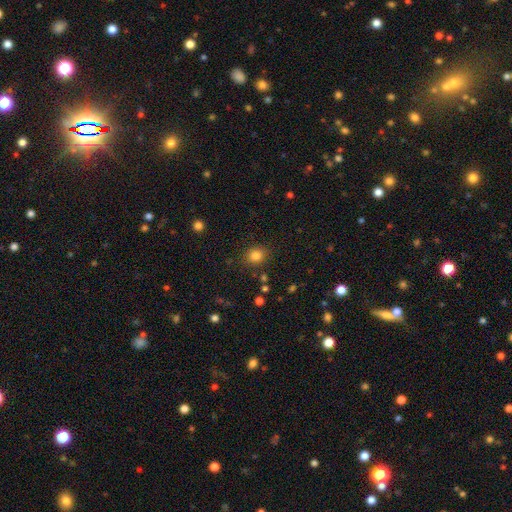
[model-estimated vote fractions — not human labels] Smooth or featured?
  - smooth: 82% *
  - star or artifact: 13%
  - featured or disk: 5%
How rounded?
  - round: 72% *
  - in between: 27%
  - cigar-shaped: 1%
Merging?
  - none: 86% *
  - minor disturbance: 9%
  - major disturbance: 3%
  - merger: 2%